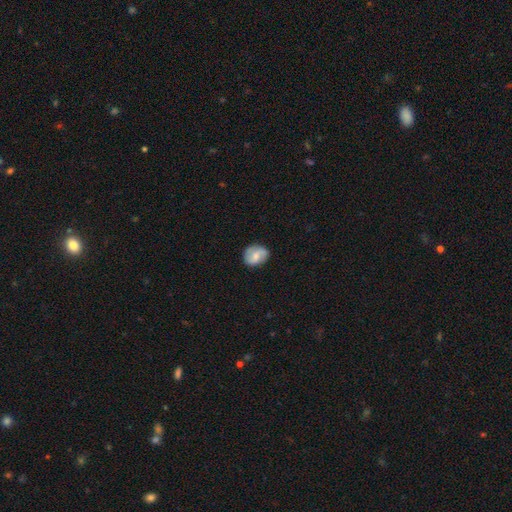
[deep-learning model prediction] Smooth or featured?
  - smooth: 50% *
  - featured or disk: 43%
  - star or artifact: 7%
How rounded?
  - round: 60% *
  - in between: 39%
  - cigar-shaped: 1%
Merging?
  - none: 78% *
  - minor disturbance: 17%
  - major disturbance: 4%
  - merger: 1%